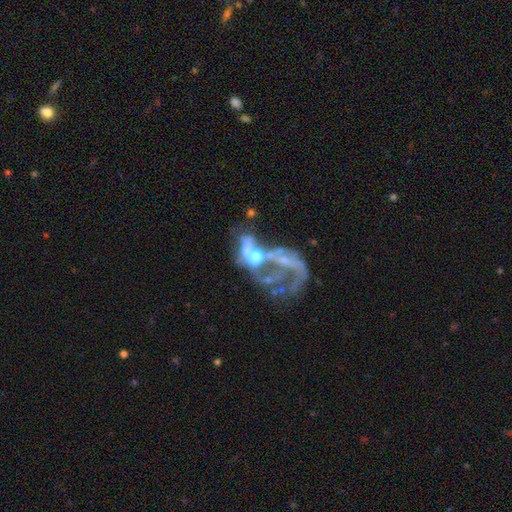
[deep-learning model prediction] Smooth or featured? Predicted: featured or disk (p=0.67). Edge-on disk? Predicted: no (p=0.97). Bar? Predicted: no (p=0.78). Spiral arms? Predicted: no (p=0.73). Bulge size? Predicted: moderate (p=0.35). Merging? Predicted: merger (p=0.54).